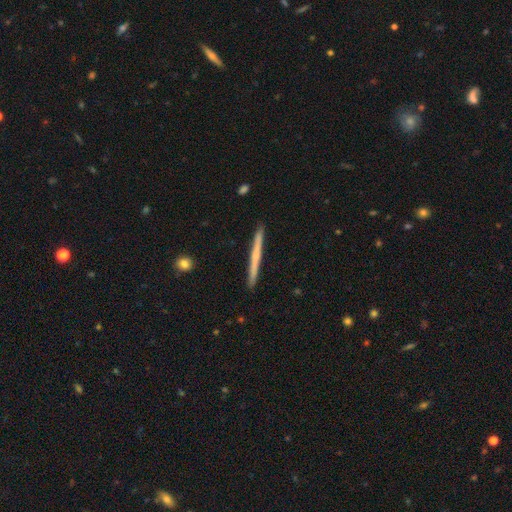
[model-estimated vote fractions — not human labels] Q: Smooth or featured?
A: featured or disk (52%); runner-up: smooth (42%)
Q: Edge-on disk?
A: yes (98%); runner-up: no (2%)
Q: Edge-on bulge?
A: none (68%); runner-up: rounded (27%)
Q: Merging?
A: none (93%); runner-up: minor disturbance (5%)